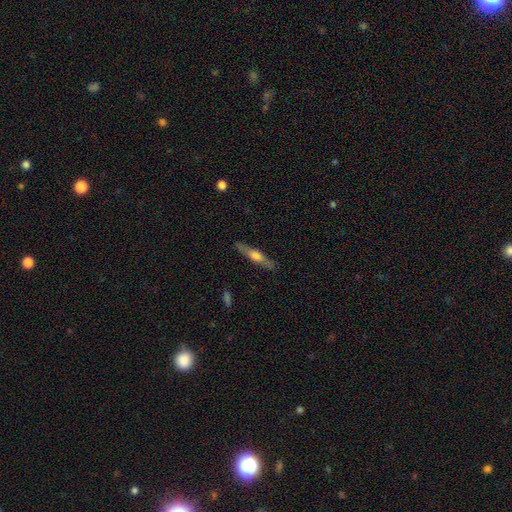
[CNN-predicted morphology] Smooth or featured: featured or disk — 61% (smooth — 34%)
Edge-on disk: yes — 95% (no — 5%)
Edge-on bulge: rounded — 87% (boxy — 8%)
Merging: none — 89% (minor disturbance — 8%)